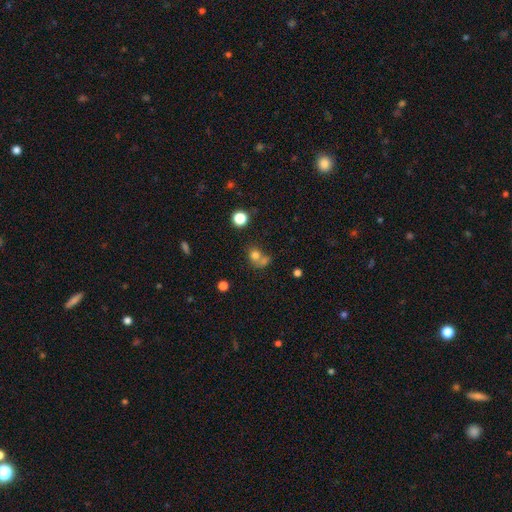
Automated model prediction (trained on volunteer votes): Smooth or featured: smooth — 73% (star or artifact — 16%)
How rounded: round — 74% (in between — 25%)
Merging: merger — 50% (none — 36%)